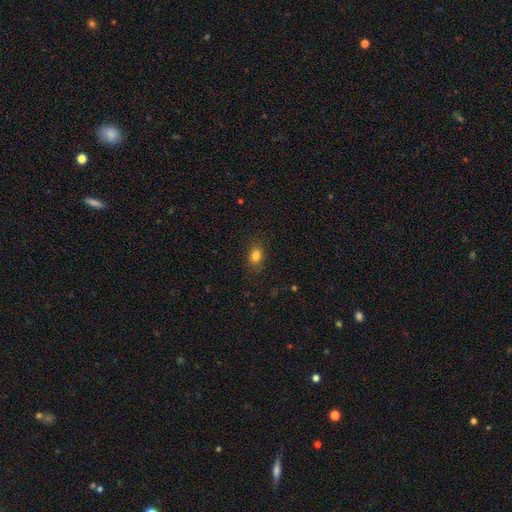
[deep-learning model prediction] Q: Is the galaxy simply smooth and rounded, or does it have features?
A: smooth — 82%.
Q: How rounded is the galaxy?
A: in between — 63%.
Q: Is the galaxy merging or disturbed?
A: none — 85%.